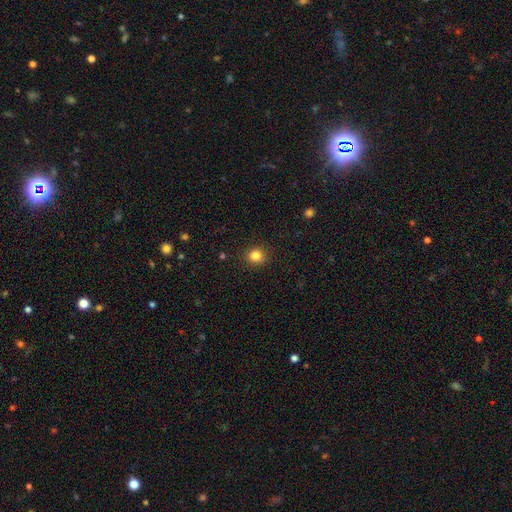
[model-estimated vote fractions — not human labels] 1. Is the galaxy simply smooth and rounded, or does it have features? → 83% smooth, 12% star or artifact, 5% featured or disk.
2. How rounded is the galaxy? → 88% round, 11% in between, 1% cigar-shaped.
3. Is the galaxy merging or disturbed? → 91% none, 6% minor disturbance, 2% major disturbance, 1% merger.